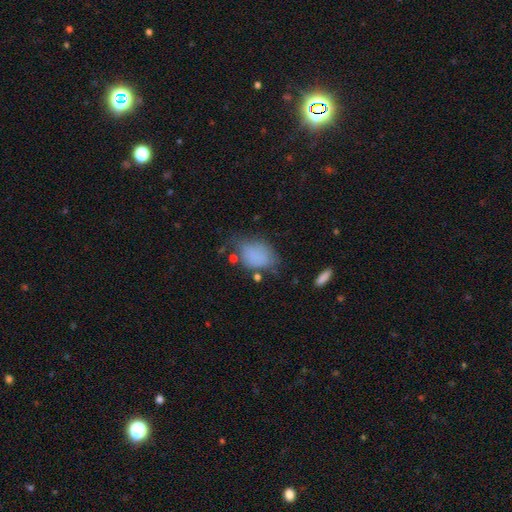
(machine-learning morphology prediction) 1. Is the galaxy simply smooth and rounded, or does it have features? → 79% smooth, 11% featured or disk, 10% star or artifact.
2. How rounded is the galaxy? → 82% in between, 17% round, 2% cigar-shaped.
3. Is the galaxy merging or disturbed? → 43% none, 34% minor disturbance, 18% major disturbance, 5% merger.